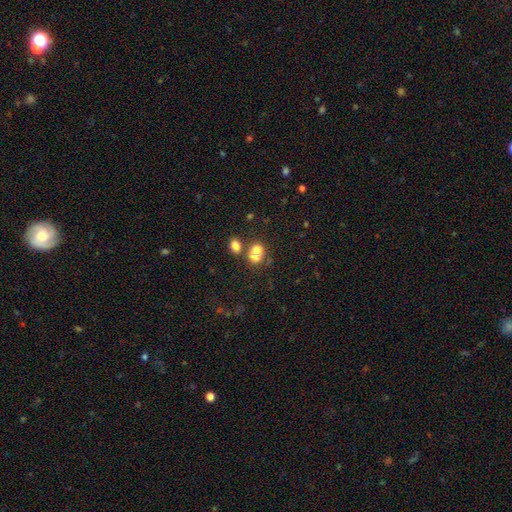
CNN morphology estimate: Smooth or featured? Predicted: smooth (p=0.71). How rounded? Predicted: in between (p=0.50). Merging? Predicted: merger (p=0.63).